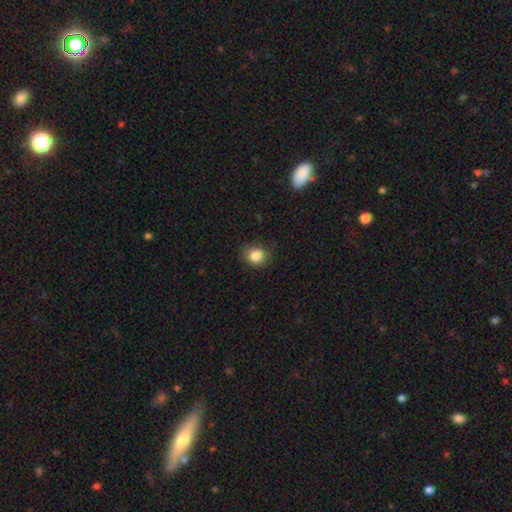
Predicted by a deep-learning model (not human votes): Smooth or featured?
  - smooth: 85% *
  - star or artifact: 10%
  - featured or disk: 5%
How rounded?
  - round: 74% *
  - in between: 25%
  - cigar-shaped: 1%
Merging?
  - none: 84% *
  - minor disturbance: 13%
  - major disturbance: 3%
  - merger: 1%